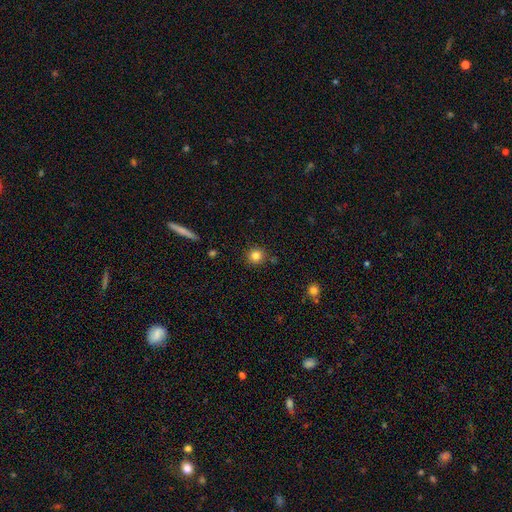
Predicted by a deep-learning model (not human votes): This is clearly a smooth galaxy (83%). How rounded: clearly round (92%). Merging: clearly none (87%).